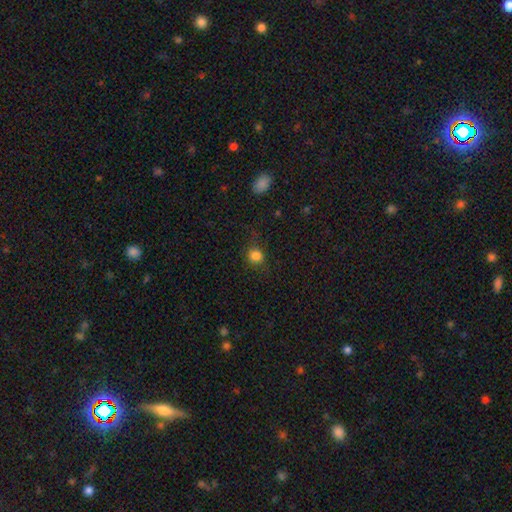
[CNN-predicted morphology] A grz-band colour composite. It shows a smooth galaxy with no disk features (83%) that is round (84%). Merging: none (79%).